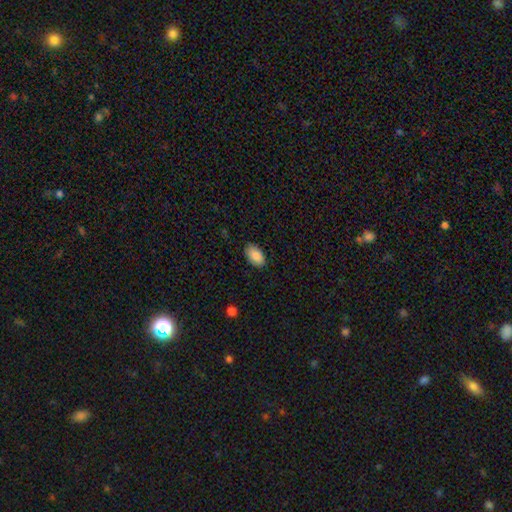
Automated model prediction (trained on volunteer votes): Overall: smooth (89%). How rounded: in between (94%). Merging: none (85%).